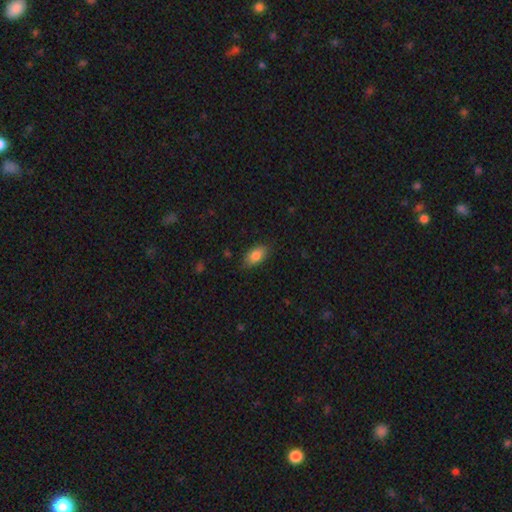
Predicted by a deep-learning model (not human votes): smooth 85%, featured or disk 8%, star or artifact 7%. Down the decision tree: how rounded — in between (91%); merging — none (81%).